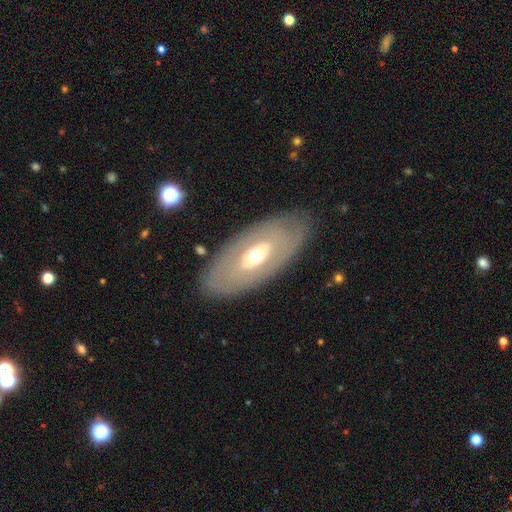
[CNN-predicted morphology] smooth-or-featured: featured or disk: 59% | smooth: 35% | star or artifact: 5%
  disk-edge-on: no: 85% | yes: 15%
    bar: no: 74% | weak: 18% | strong: 9%
    has-spiral-arms: no: 84% | yes: 16%
    bulge-size: moderate: 67% | small: 20% | large: 11% | dominant: 1% | none: 1%
  merging: none: 83% | minor disturbance: 11% | major disturbance: 4% | merger: 1%